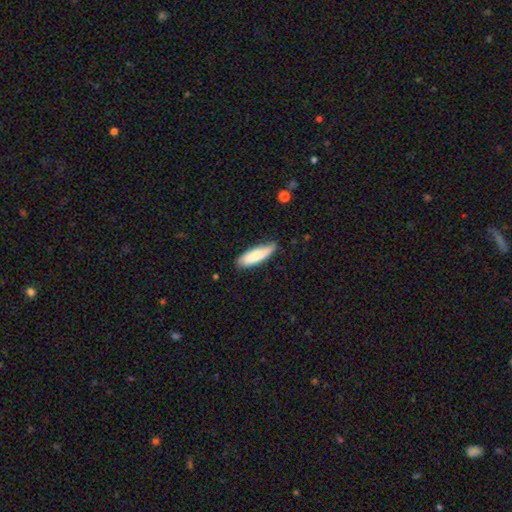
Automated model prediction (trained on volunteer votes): The model was most divided on "how rounded": in between: 53%, cigar-shaped: 46%, round: 1%. More confident: smooth or featured — smooth (82%); merging — none (73%).